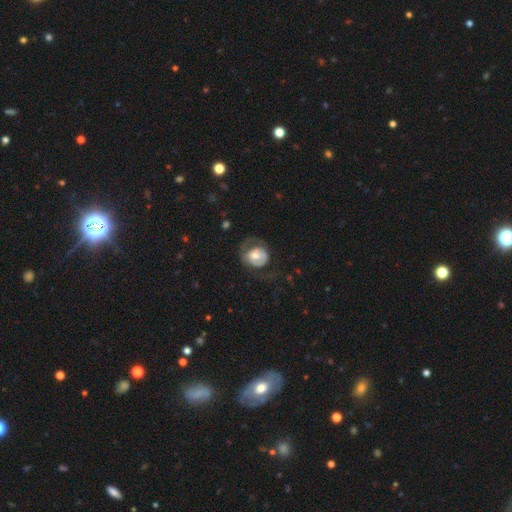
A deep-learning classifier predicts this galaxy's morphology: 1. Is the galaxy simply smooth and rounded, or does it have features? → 50% smooth, 43% featured or disk, 7% star or artifact.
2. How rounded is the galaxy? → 66% round, 33% in between, 1% cigar-shaped.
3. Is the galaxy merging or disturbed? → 43% none, 34% major disturbance, 21% minor disturbance, 2% merger.